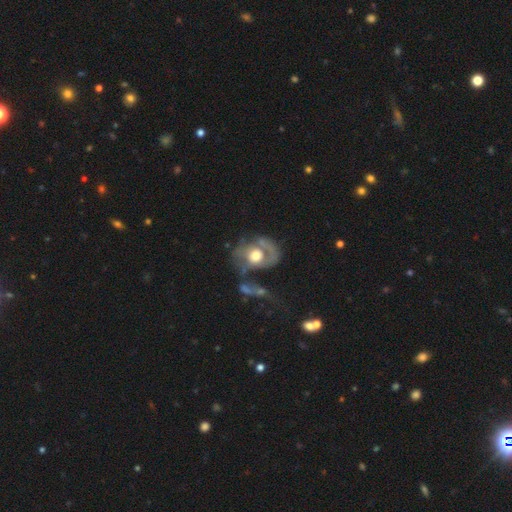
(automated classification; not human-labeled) smooth-or-featured: featured or disk: 67% | smooth: 27% | star or artifact: 7%
  disk-edge-on: no: 96% | yes: 4%
    bar: no: 81% | weak: 15% | strong: 4%
    has-spiral-arms: yes: 59% | no: 41%
    bulge-size: moderate: 60% | large: 31% | small: 6% | dominant: 2% | none: 2%
  merging: major disturbance: 39% | none: 27% | minor disturbance: 19% | merger: 15%